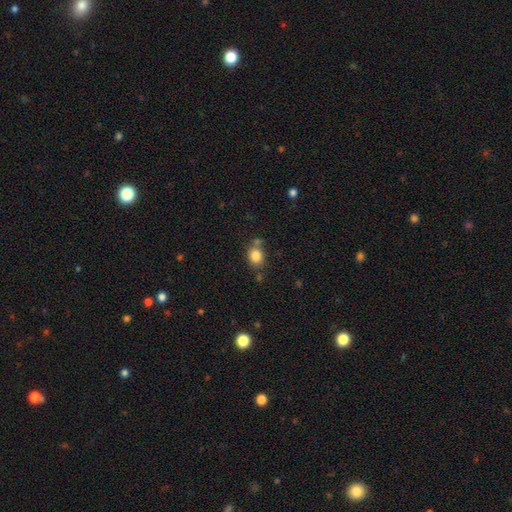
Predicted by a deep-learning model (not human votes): A smooth galaxy with no disk features (83%) that is round (57%).

Vote fractions:
- Smooth or featured? smooth: 83% / star or artifact: 10% / featured or disk: 7%
- How rounded? round: 57% / in between: 42% / cigar-shaped: 1%
- Merging? none: 66% / minor disturbance: 15% / merger: 14% / major disturbance: 5%